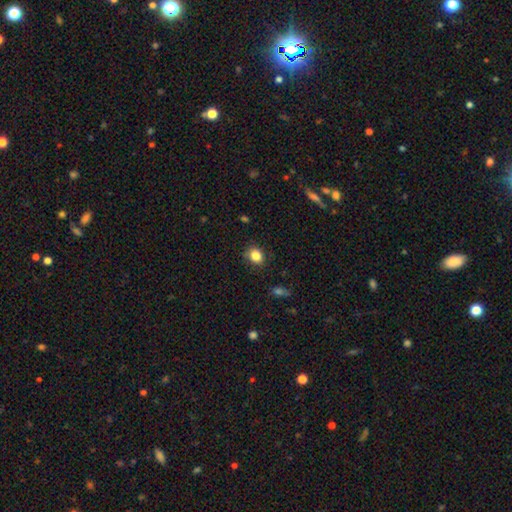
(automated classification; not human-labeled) Q: Smooth or featured?
A: smooth (84%); runner-up: star or artifact (10%)
Q: How rounded?
A: round (61%); runner-up: in between (38%)
Q: Merging?
A: none (85%); runner-up: minor disturbance (12%)